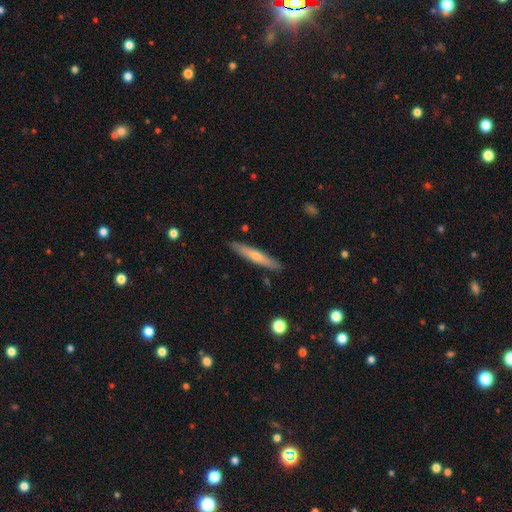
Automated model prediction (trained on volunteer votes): A smooth galaxy with no disk features (53%) that is cigar-shaped (93%).

Vote fractions:
- Smooth or featured? smooth: 53% / featured or disk: 41% / star or artifact: 6%
- How rounded? cigar-shaped: 93% / in between: 6% / round: 1%
- Merging? none: 89% / minor disturbance: 8% / major disturbance: 1% / merger: 1%